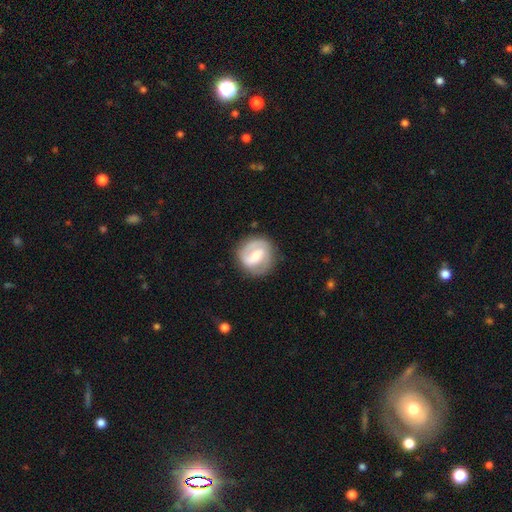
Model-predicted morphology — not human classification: The model was most divided on "spiral winding": medium: 42%, tight: 41%, loose: 17%. Remaining: edge-on disk — no (97%); spiral arms — yes (83%); merging — none (82%); spiral arm count — 2 (81%); smooth or featured — featured or disk (74%); bulge size — moderate (61%); bar — weak (43%).